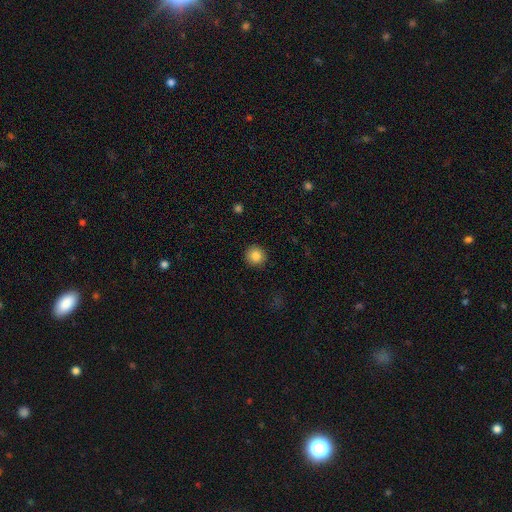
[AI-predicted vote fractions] Smooth or featured? smooth (85%)
How rounded? round (94%)
Merging? none (92%)